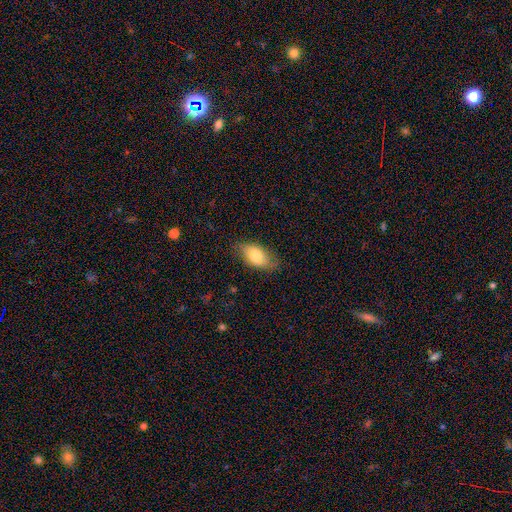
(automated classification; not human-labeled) This is likely a smooth galaxy (73%). How rounded: clearly in between (92%). Merging: likely none (73%).